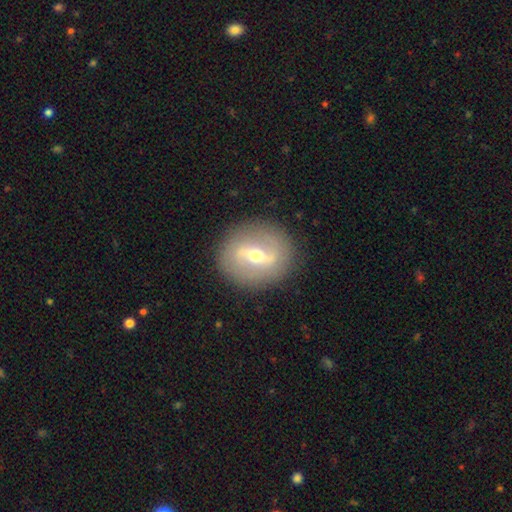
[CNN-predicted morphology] smooth_or_featured: featured or disk (p=0.71) [alt: smooth p=0.22]
disk_edge_on: no (p=0.89) [alt: yes p=0.11]
bar: strong (p=0.53) [alt: weak p=0.36]
has_spiral_arms: no (p=0.51) [alt: yes p=0.49]
bulge_size: moderate (p=0.64) [alt: small p=0.30]
merging: none (p=0.87) [alt: minor disturbance p=0.08]